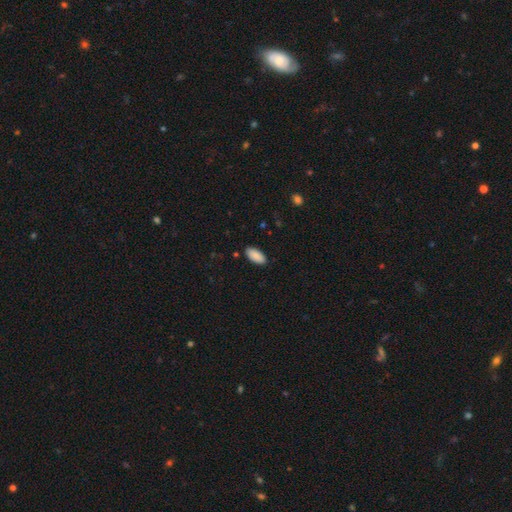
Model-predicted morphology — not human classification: A smooth galaxy with no disk features (90%) that is in between round and cigar-shaped (92%). Merging: none (88%).